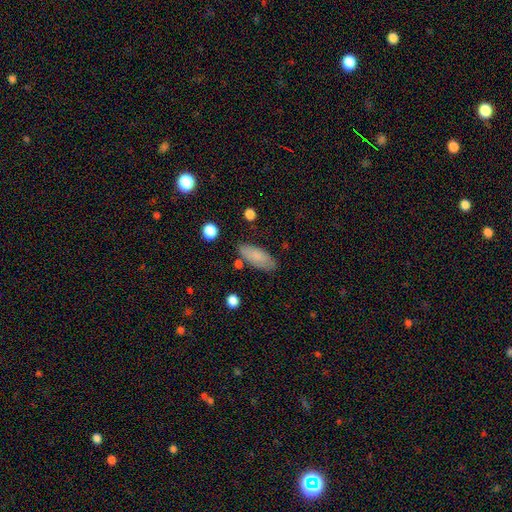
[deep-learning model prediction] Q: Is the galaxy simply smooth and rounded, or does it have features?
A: smooth — 81%.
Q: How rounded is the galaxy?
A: in between — 80%.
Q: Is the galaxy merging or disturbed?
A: none — 77%.